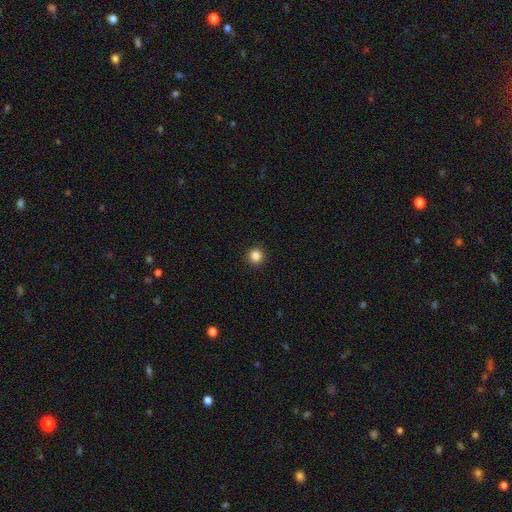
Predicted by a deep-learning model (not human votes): The model was most divided on "smooth or featured": smooth: 85%, star or artifact: 11%, featured or disk: 4%. More confident: how rounded — round (95%); merging — none (93%).